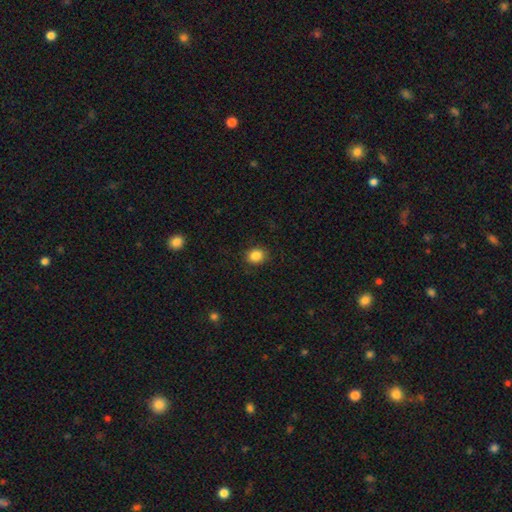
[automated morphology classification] Smooth or featured?
  - smooth: 86% *
  - star or artifact: 10%
  - featured or disk: 4%
How rounded?
  - round: 68% *
  - in between: 31%
  - cigar-shaped: 1%
Merging?
  - none: 88% *
  - minor disturbance: 9%
  - major disturbance: 3%
  - merger: 1%